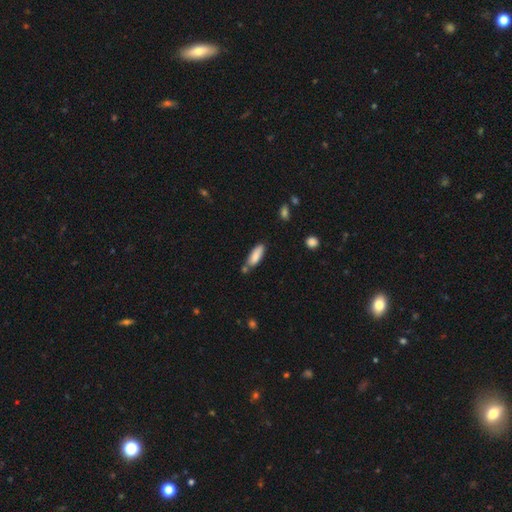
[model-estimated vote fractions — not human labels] The model was most divided on "how rounded": in between: 63%, cigar-shaped: 35%, round: 2%. More confident: smooth or featured — smooth (83%); merging — none (64%).